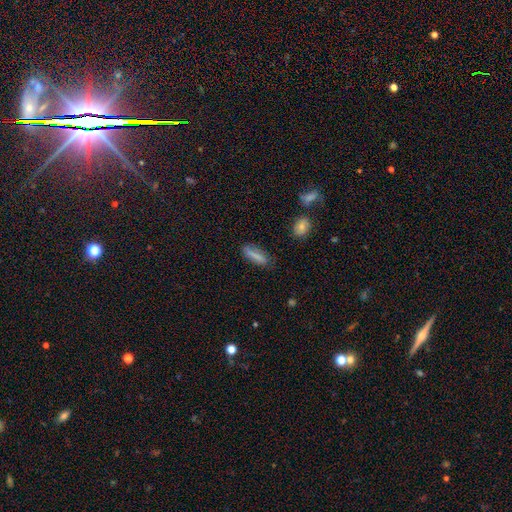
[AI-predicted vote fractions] A smooth galaxy with no disk features (79%) that is cigar-shaped (59%). Merging: none (76%).